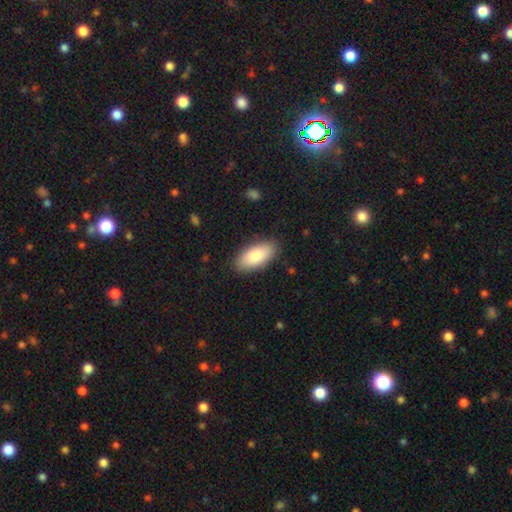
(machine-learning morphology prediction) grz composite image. It shows a smooth galaxy with no disk features (85%) that is in between round and cigar-shaped (91%). Merging: none (86%).